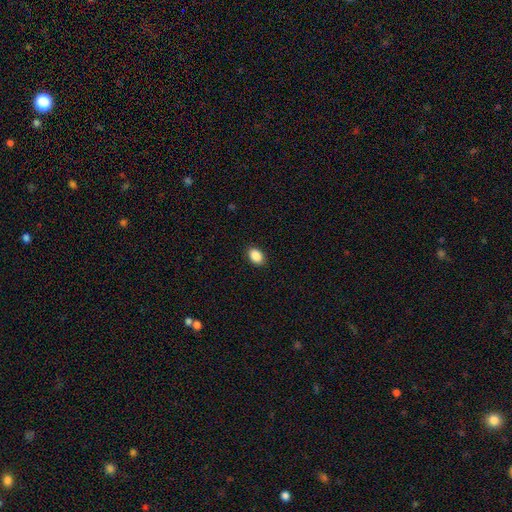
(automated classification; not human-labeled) Smooth or featured? Predicted: smooth (p=0.89). How rounded? Predicted: in between (p=0.79). Merging? Predicted: none (p=0.90).